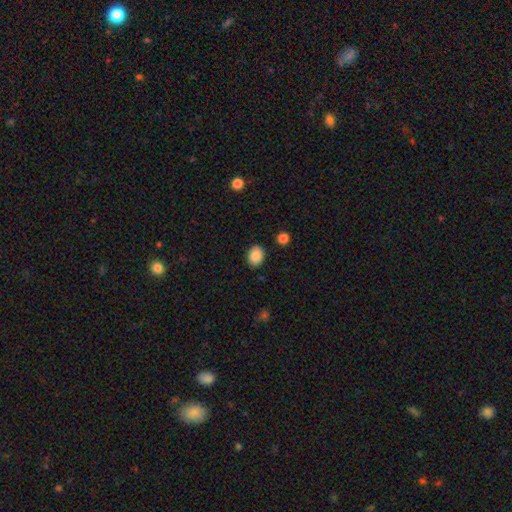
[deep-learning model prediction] smooth-or-featured: smooth: 88% | star or artifact: 8% | featured or disk: 4%
  how-rounded: in between: 65% | round: 34% | cigar-shaped: 1%
  merging: none: 87% | minor disturbance: 9% | major disturbance: 2% | merger: 2%